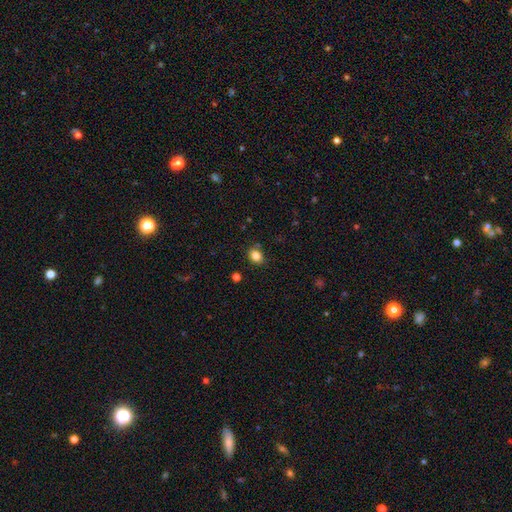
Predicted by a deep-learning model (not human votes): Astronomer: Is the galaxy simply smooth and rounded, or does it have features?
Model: smooth — 83%.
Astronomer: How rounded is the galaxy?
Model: in between — 60% (runner-up: round, 39%).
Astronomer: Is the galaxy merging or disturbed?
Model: none — 82%.